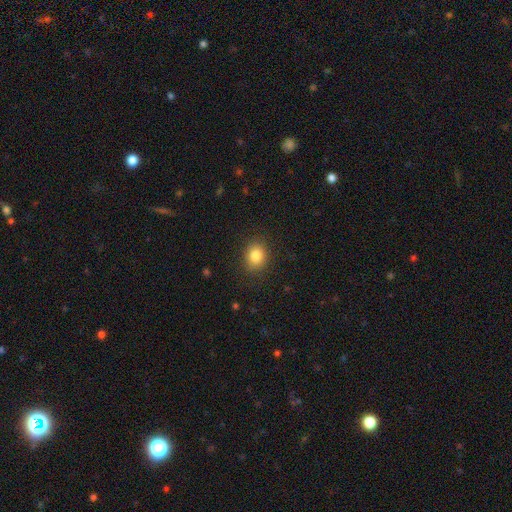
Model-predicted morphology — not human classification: Smooth or featured? smooth (84%)
How rounded? round (59%)
Merging? none (87%)